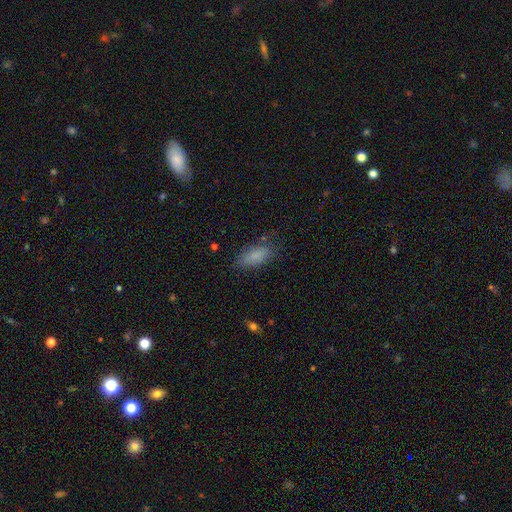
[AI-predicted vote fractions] Smooth or featured? smooth (83%)
How rounded? in between (83%)
Merging? none (77%)